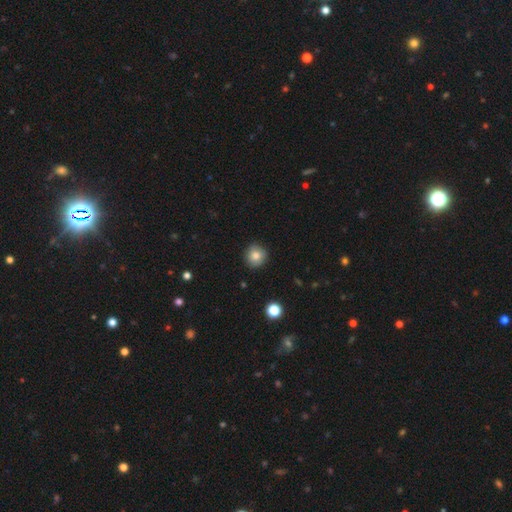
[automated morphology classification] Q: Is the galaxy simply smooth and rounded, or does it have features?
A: smooth — 83%.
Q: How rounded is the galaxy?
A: round — 90%.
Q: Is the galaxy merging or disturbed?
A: none — 88%.